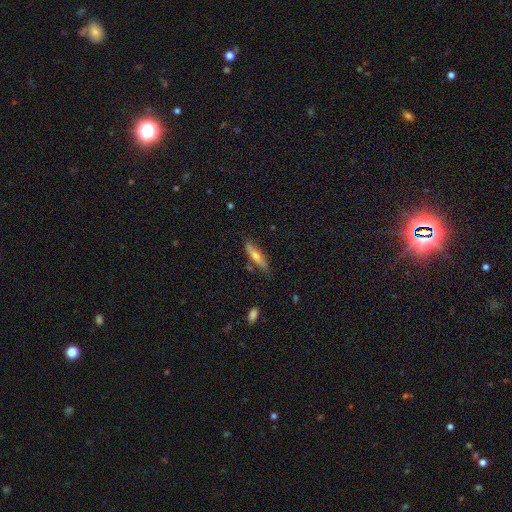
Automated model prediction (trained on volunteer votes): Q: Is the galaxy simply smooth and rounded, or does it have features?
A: smooth — 51%.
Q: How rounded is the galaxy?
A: cigar-shaped — 78%.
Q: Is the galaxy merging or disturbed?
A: none — 77%.